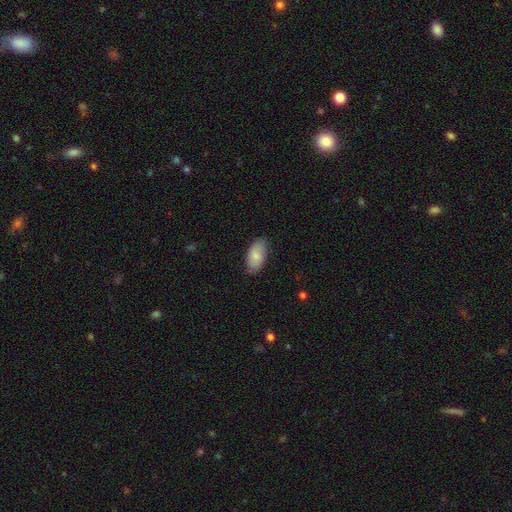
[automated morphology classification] A smooth galaxy with no disk features (79%) that is in between round and cigar-shaped (94%).

Vote fractions:
- Smooth or featured? smooth: 79% / featured or disk: 15% / star or artifact: 6%
- How rounded? in between: 94% / cigar-shaped: 3% / round: 3%
- Merging? none: 79% / minor disturbance: 17% / major disturbance: 3% / merger: 1%